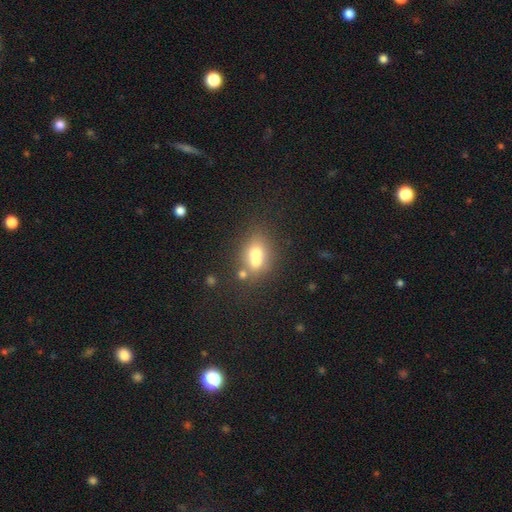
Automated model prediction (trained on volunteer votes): smooth_or_featured: smooth (p=0.64) [alt: featured or disk p=0.23]
how_rounded: in between (p=0.65) [alt: round p=0.32]
merging: merger (p=0.47) [alt: none p=0.36]